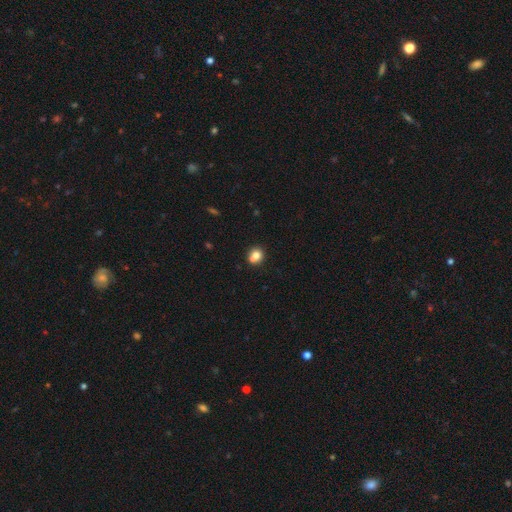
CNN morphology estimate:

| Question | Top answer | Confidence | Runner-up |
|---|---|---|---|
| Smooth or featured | smooth | 77% | featured or disk (12%) |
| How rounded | round | 77% | in between (22%) |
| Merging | none | 55% | merger (28%) |